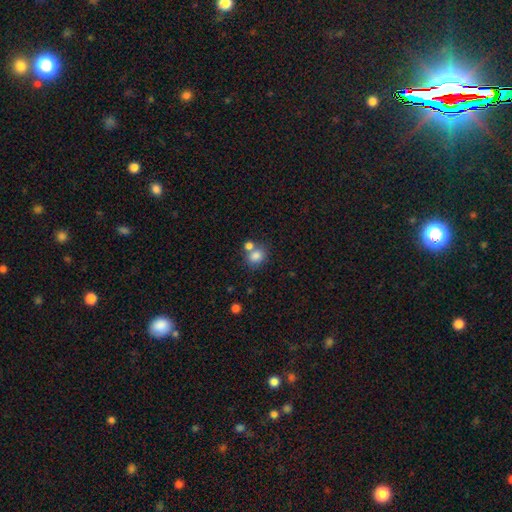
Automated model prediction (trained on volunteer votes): Smooth or featured? Predicted: smooth (p=0.81). How rounded? Predicted: round (p=0.58). Merging? Predicted: none (p=0.53).